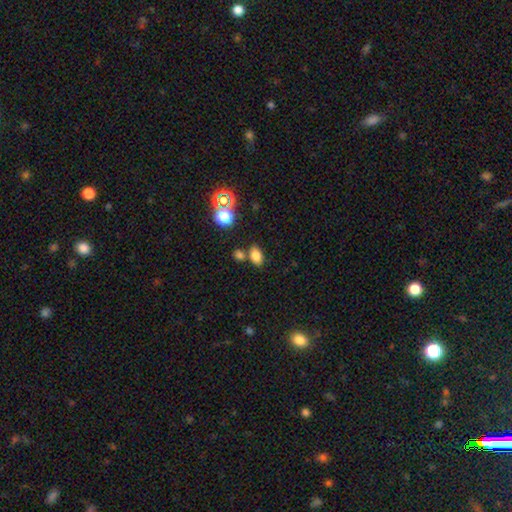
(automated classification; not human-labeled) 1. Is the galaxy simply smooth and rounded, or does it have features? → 78% smooth, 14% star or artifact, 7% featured or disk.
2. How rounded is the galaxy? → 82% in between, 16% round, 2% cigar-shaped.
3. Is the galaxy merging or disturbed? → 65% none, 19% merger, 12% minor disturbance, 4% major disturbance.